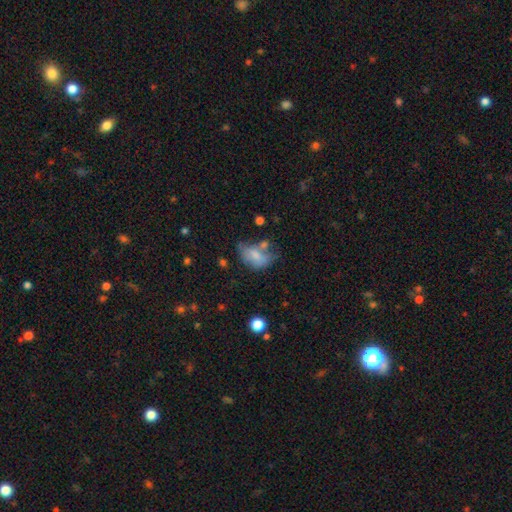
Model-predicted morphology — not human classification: smooth 66%, featured or disk 24%, star or artifact 10%. Down the decision tree: how rounded — in between (82%); merging — none (30%).